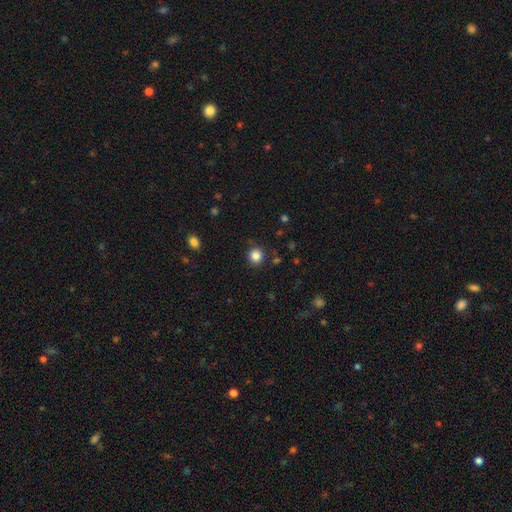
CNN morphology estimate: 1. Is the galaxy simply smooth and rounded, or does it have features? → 85% smooth, 11% star or artifact, 4% featured or disk.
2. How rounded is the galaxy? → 91% round, 8% in between, 1% cigar-shaped.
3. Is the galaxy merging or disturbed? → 89% none, 7% minor disturbance, 2% major disturbance, 2% merger.